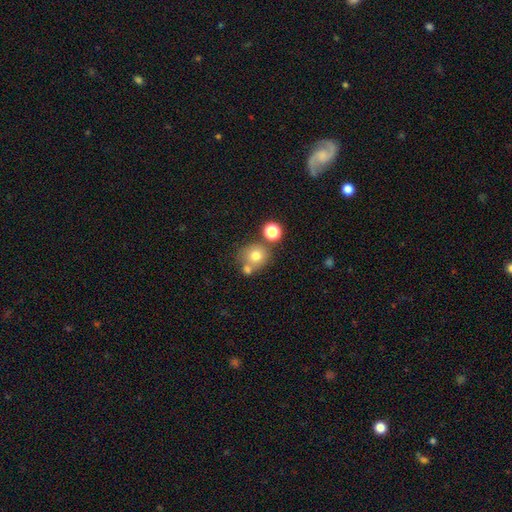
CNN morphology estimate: Smooth or featured? smooth (72%)
How rounded? round (82%)
Merging? none (55%)